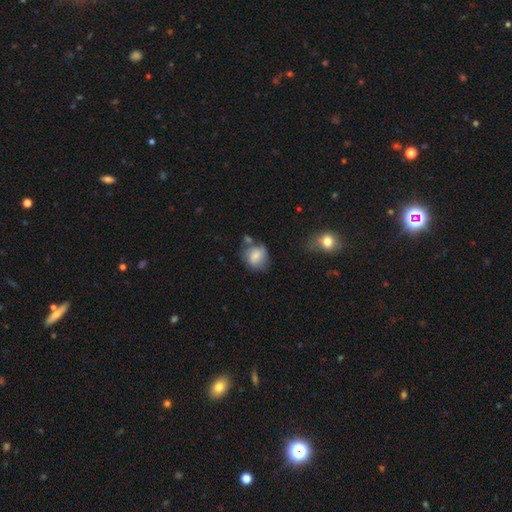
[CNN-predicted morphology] smooth 72%, featured or disk 20%, star or artifact 8%. Down the decision tree: how rounded — round (62%); merging — none (51%).